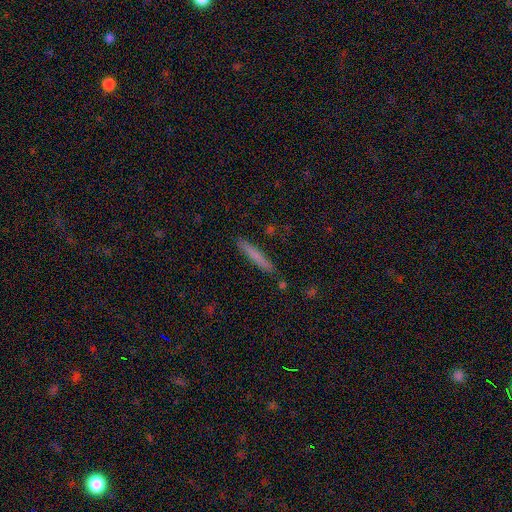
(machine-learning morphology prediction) A smooth galaxy with no disk features (74%) that is cigar-shaped (95%).

Vote fractions:
- Smooth or featured? smooth: 74% / featured or disk: 19% / star or artifact: 7%
- How rounded? cigar-shaped: 95% / in between: 4% / round: 1%
- Merging? none: 88% / minor disturbance: 8% / merger: 2% / major disturbance: 2%